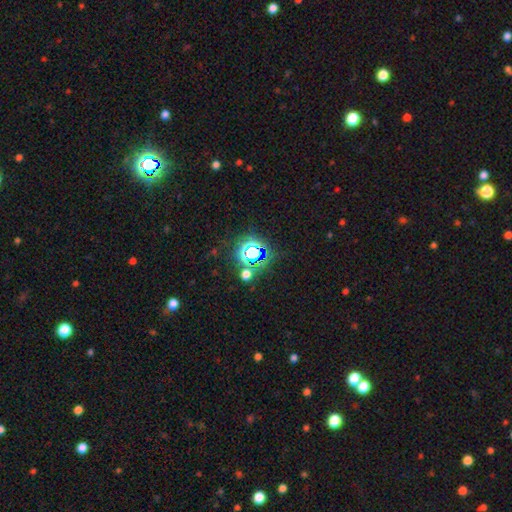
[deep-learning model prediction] Overall: star or artifact (71%).